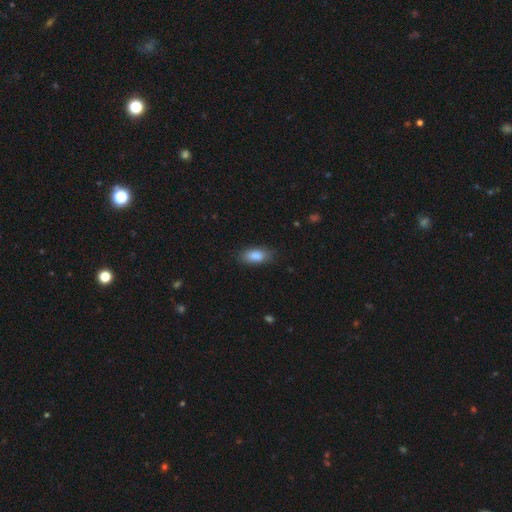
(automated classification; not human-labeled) Smooth or featured? smooth (86%)
How rounded? in between (84%)
Merging? none (81%)